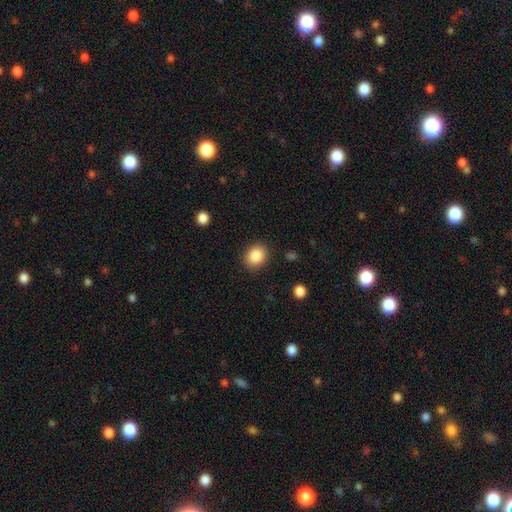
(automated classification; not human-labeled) Q: Smooth or featured?
A: smooth (87%); runner-up: star or artifact (9%)
Q: How rounded?
A: round (67%); runner-up: in between (32%)
Q: Merging?
A: none (88%); runner-up: minor disturbance (8%)